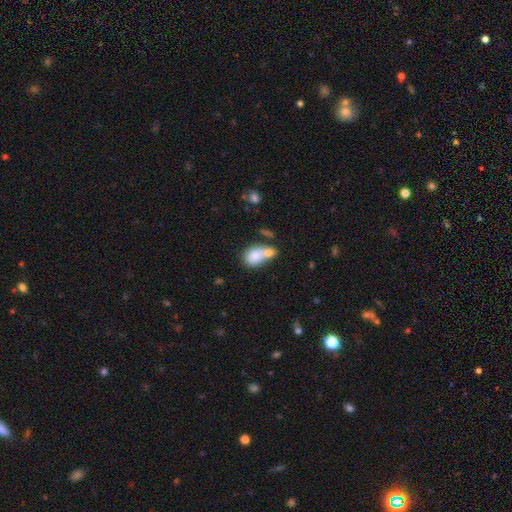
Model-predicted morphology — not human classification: Smooth or featured? Predicted: smooth (p=0.78). How rounded? Predicted: in between (p=0.71). Merging? Predicted: merger (p=0.59).